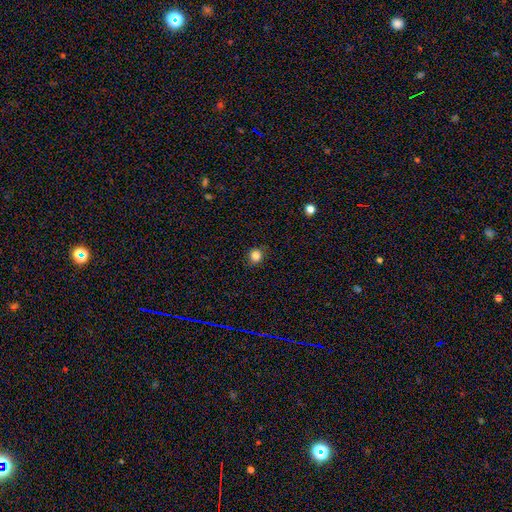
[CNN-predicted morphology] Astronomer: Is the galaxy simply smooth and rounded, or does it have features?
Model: smooth — 84%.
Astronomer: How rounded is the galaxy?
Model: round — 87%.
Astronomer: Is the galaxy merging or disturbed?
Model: none — 88%.